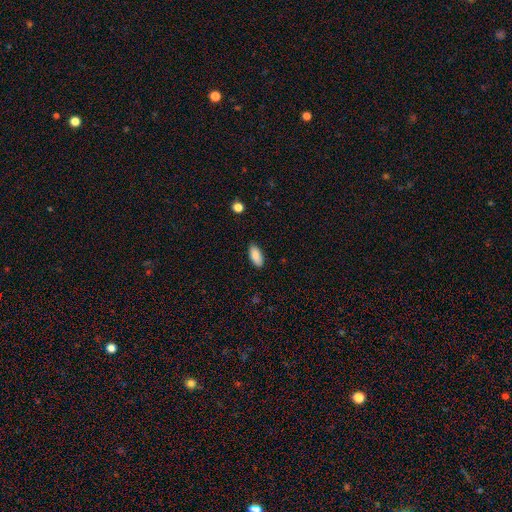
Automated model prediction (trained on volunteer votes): Smooth or featured: smooth — 87% (star or artifact — 7%)
How rounded: in between — 88% (cigar-shaped — 10%)
Merging: none — 87% (minor disturbance — 10%)